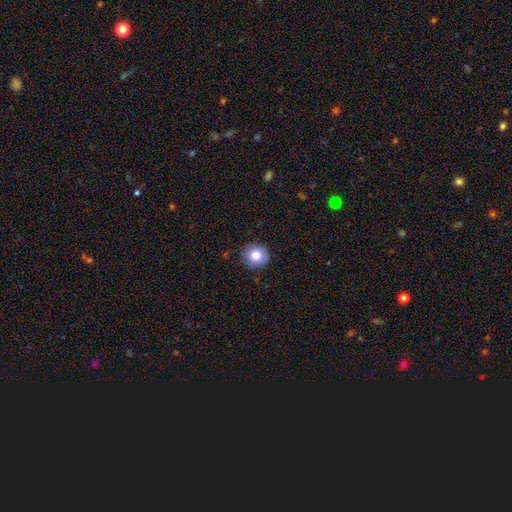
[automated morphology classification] This appears to be a smooth galaxy with no disk features (79%) that is round (92%). Merging: none (89%).